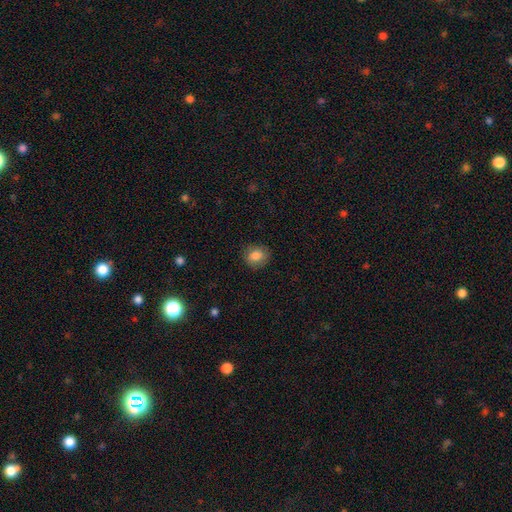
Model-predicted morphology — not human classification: The model was most divided on "how rounded": round: 61%, in between: 38%, cigar-shaped: 1%. More confident: smooth or featured — smooth (83%); merging — none (83%).